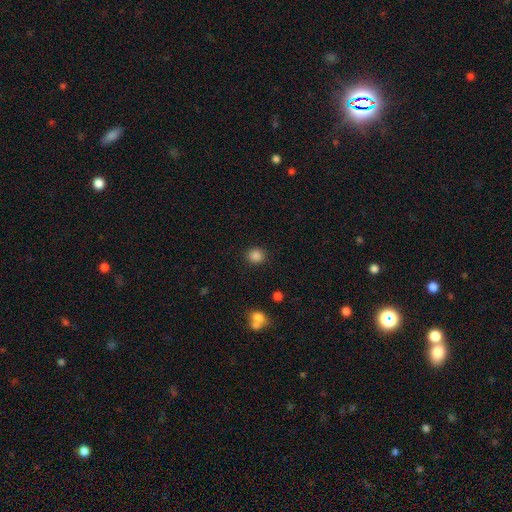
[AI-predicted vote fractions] smooth_or_featured: smooth (p=0.86) [alt: star or artifact p=0.11]
how_rounded: round (p=0.88) [alt: in between p=0.11]
merging: none (p=0.89) [alt: minor disturbance p=0.06]